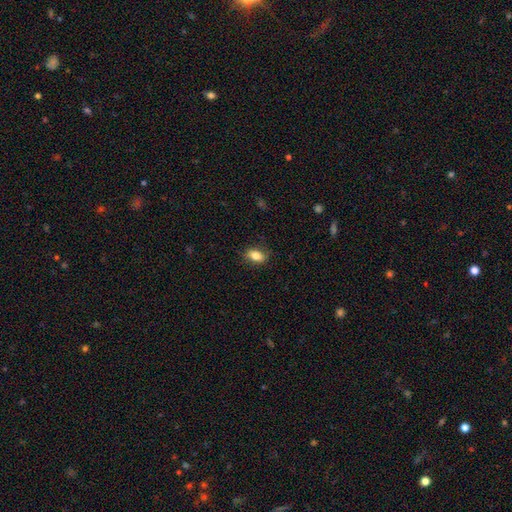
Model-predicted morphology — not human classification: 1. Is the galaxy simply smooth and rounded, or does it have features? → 82% smooth, 10% featured or disk, 8% star or artifact.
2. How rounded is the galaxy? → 86% in between, 9% round, 5% cigar-shaped.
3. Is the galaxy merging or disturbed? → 80% none, 15% minor disturbance, 3% major disturbance, 1% merger.